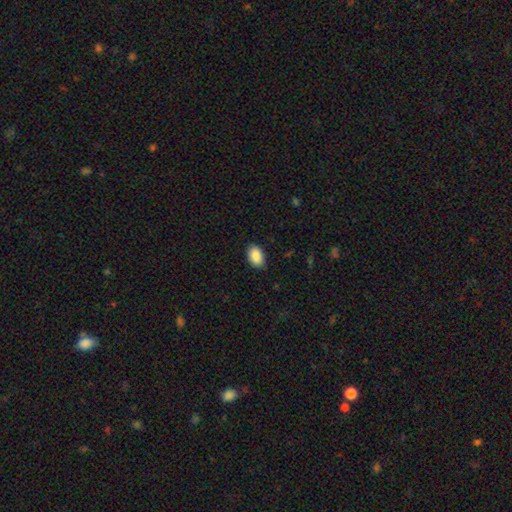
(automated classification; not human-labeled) smooth_or_featured: smooth (p=0.89) [alt: star or artifact p=0.07]
how_rounded: in between (p=0.91) [alt: round p=0.08]
merging: none (p=0.87) [alt: minor disturbance p=0.10]